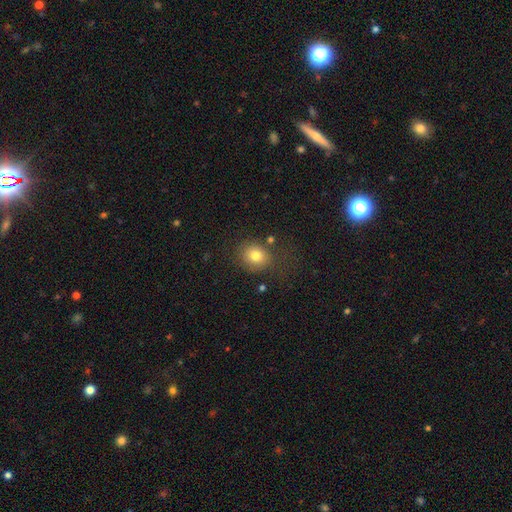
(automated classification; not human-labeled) Smooth or featured: smooth — 79% (star or artifact — 11%)
How rounded: round — 75% (in between — 24%)
Merging: none — 72% (minor disturbance — 15%)